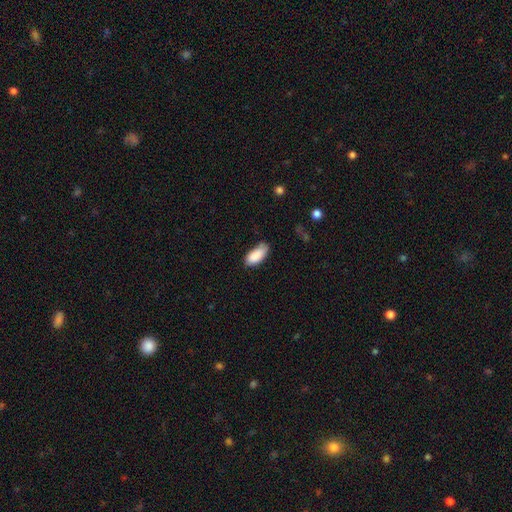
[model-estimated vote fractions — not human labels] This appears to be a smooth galaxy with no disk features (88%) that is in between round and cigar-shaped (90%). Merging: none (63%).